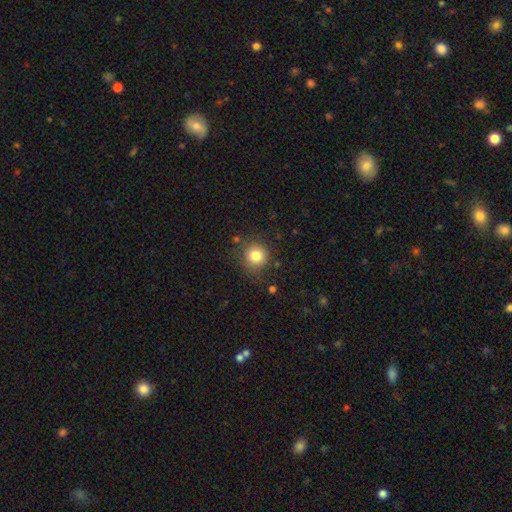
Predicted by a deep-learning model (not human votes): The model was most divided on "merging": none: 81%, minor disturbance: 13%, major disturbance: 4%, merger: 2%. More confident: how rounded — round (89%); smooth or featured — smooth (82%).